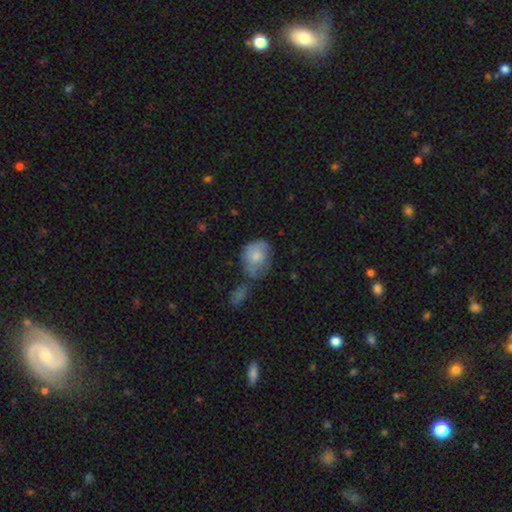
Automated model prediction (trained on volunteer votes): smooth 67%, featured or disk 25%, star or artifact 7%. Down the decision tree: how rounded — round (52%); merging — none (35%).